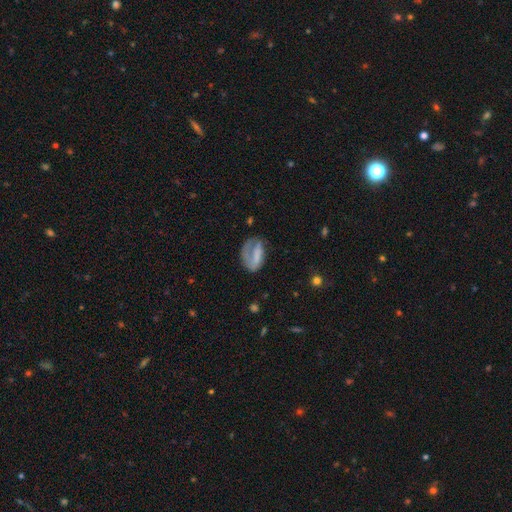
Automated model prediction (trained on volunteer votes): Smooth or featured? smooth (47%)
Merging? major disturbance (38%)